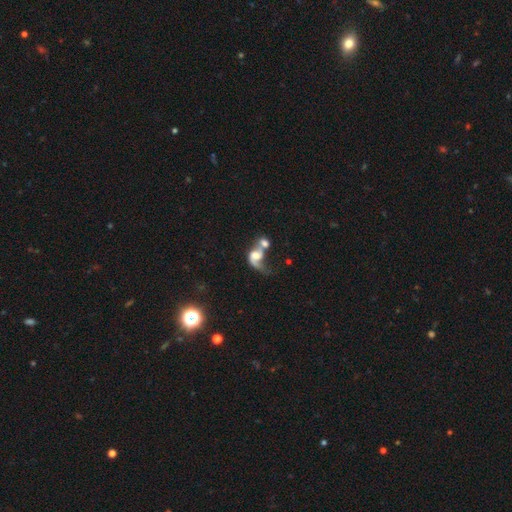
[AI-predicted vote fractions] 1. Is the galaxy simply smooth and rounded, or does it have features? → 55% featured or disk, 35% smooth, 10% star or artifact.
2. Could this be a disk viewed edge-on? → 97% no, 3% yes.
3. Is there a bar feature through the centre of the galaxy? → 69% no, 25% weak, 6% strong.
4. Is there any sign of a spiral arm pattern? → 74% yes, 26% no.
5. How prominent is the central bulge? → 31% large, 29% moderate, 17% small, 15% none, 8% dominant.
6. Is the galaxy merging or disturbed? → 64% merger, 19% major disturbance, 10% none, 6% minor disturbance.